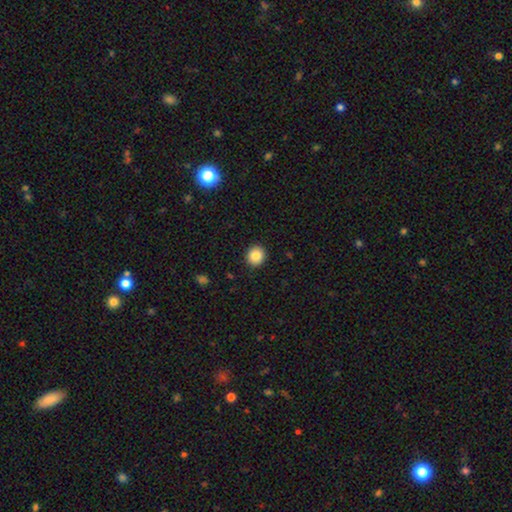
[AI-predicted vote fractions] Q: Smooth or featured?
A: smooth (84%); runner-up: star or artifact (9%)
Q: How rounded?
A: round (89%); runner-up: in between (10%)
Q: Merging?
A: none (92%); runner-up: minor disturbance (5%)